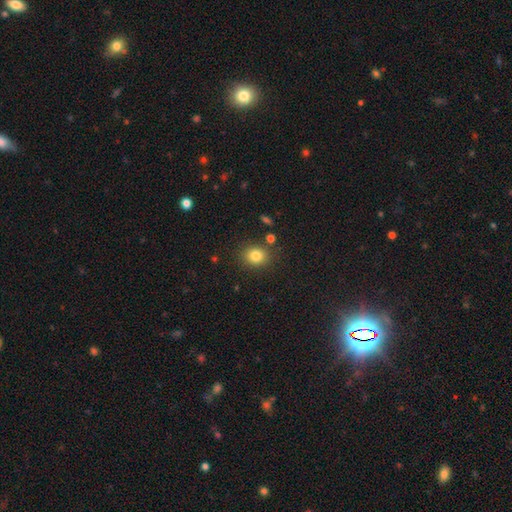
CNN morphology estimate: Smooth or featured? smooth (83%)
How rounded? round (72%)
Merging? none (83%)